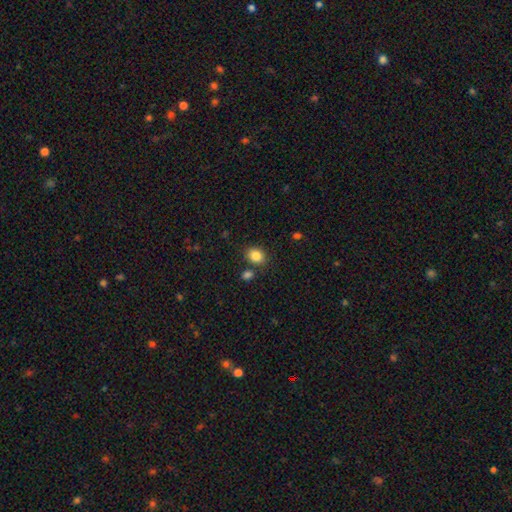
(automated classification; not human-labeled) A smooth galaxy with no disk features (85%) that is round (50%). Merging: none (77%).